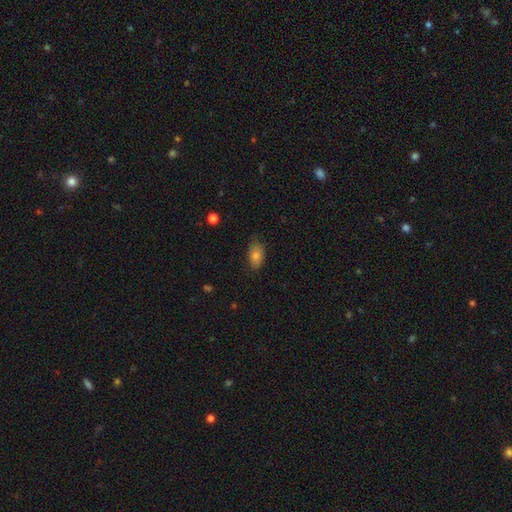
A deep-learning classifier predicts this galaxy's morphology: Smooth or featured? smooth (78%)
How rounded? in between (90%)
Merging? none (77%)